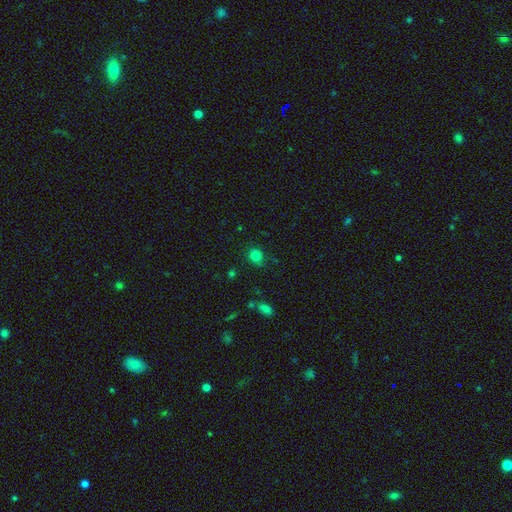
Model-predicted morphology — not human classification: Q: Smooth or featured?
A: smooth (80%); runner-up: star or artifact (15%)
Q: How rounded?
A: round (78%); runner-up: in between (21%)
Q: Merging?
A: none (81%); runner-up: minor disturbance (13%)